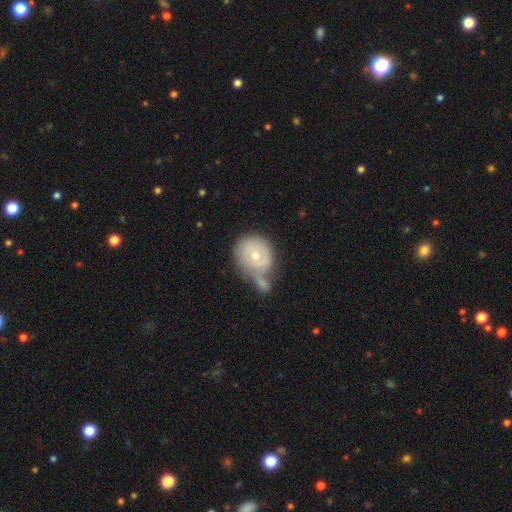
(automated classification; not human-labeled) Overall: smooth (53%; featured or disk 40%). How rounded: round (80%). Merging: merger (44%; none 31%).